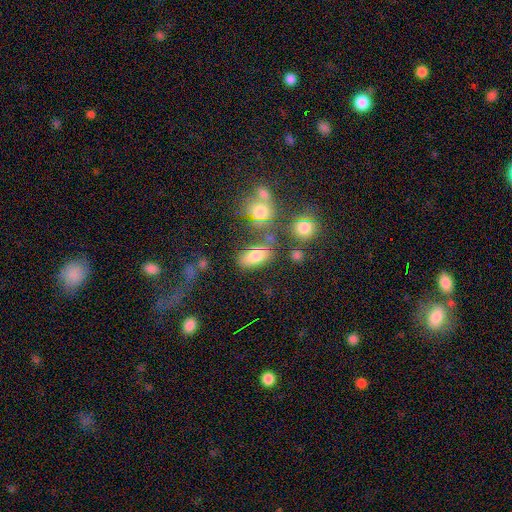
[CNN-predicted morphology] This appears to be a smooth galaxy with no disk features (74%) that is in between round and cigar-shaped (83%). Merging: none (60%).